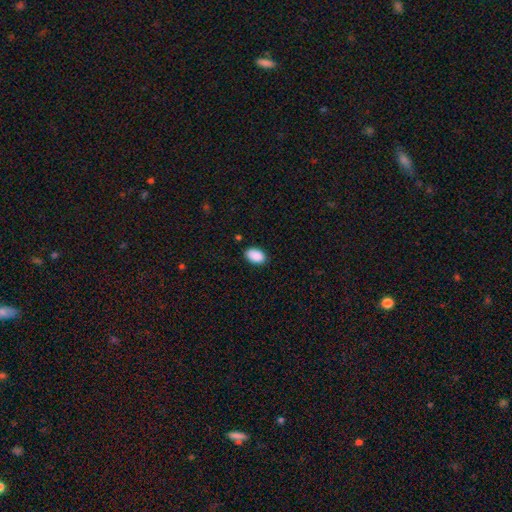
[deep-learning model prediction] This appears to be a smooth galaxy with no disk features (90%) that is in between round and cigar-shaped (91%). Merging: none (84%).